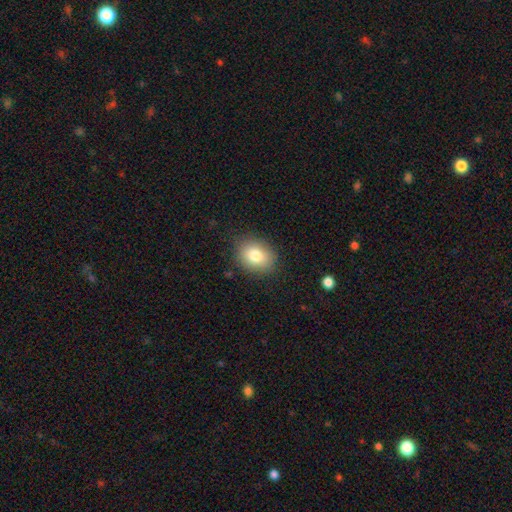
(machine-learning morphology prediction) A smooth galaxy with no disk features (80%) that is round (50%). Merging: none (85%).